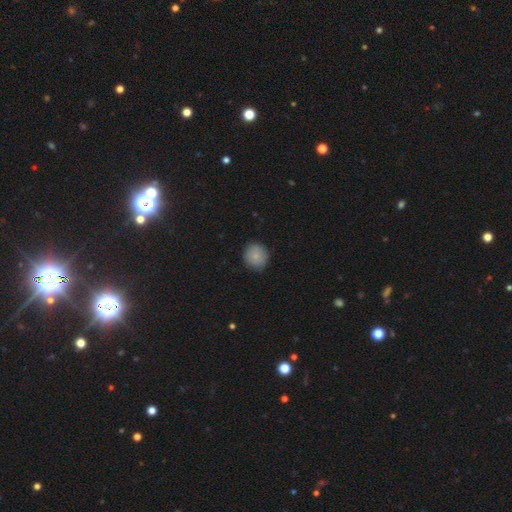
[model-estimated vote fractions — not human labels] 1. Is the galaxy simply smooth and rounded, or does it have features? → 86% smooth, 8% star or artifact, 6% featured or disk.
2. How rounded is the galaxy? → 87% round, 12% in between, 1% cigar-shaped.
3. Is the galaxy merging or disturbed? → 88% none, 9% minor disturbance, 2% major disturbance, 1% merger.